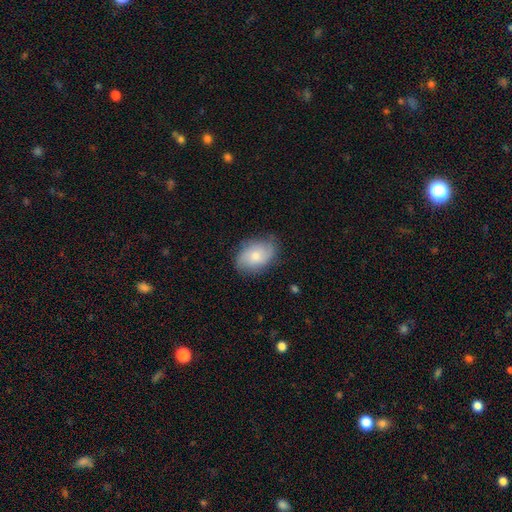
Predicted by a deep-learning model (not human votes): smooth 62%, featured or disk 31%, star or artifact 7%. Down the decision tree: how rounded — in between (80%); merging — none (73%).